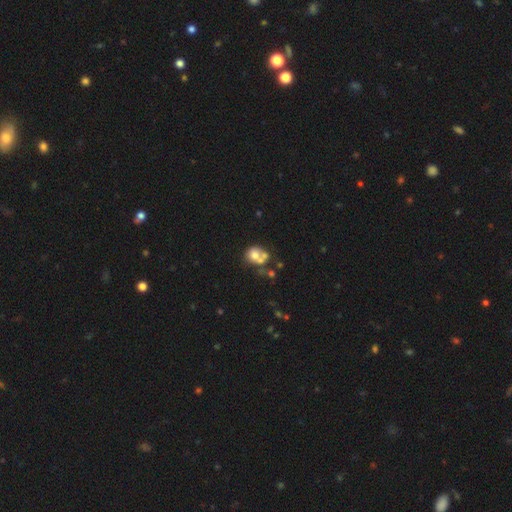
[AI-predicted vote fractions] Smooth or featured? Predicted: smooth (p=0.61). How rounded? Predicted: round (p=0.65). Merging? Predicted: merger (p=0.47).